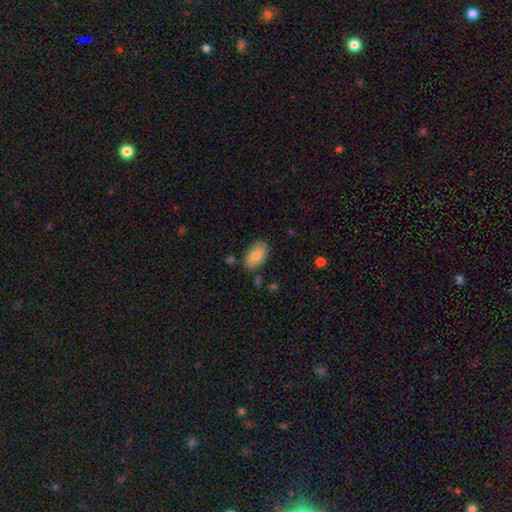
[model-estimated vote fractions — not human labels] smooth_or_featured: smooth (p=0.76) [alt: featured or disk p=0.17]
how_rounded: in between (p=0.93) [alt: round p=0.05]
merging: none (p=0.78) [alt: minor disturbance p=0.16]